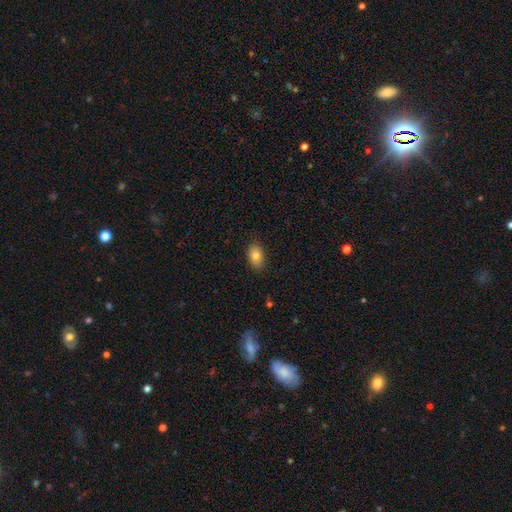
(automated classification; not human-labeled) A smooth galaxy with no disk features (82%) that is in between round and cigar-shaped (90%).

Vote fractions:
- Smooth or featured? smooth: 82% / featured or disk: 10% / star or artifact: 8%
- How rounded? in between: 90% / round: 8% / cigar-shaped: 2%
- Merging? none: 87% / minor disturbance: 10% / major disturbance: 2% / merger: 1%